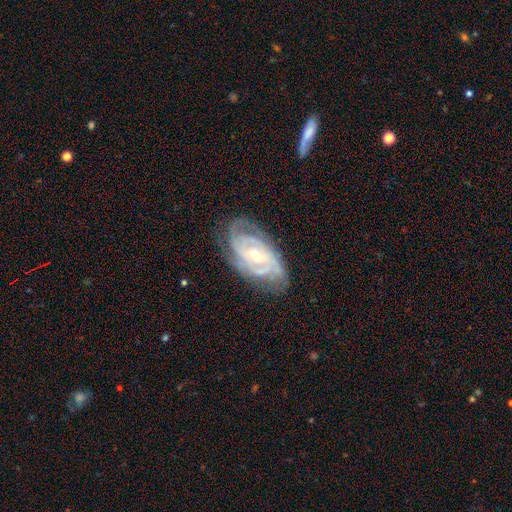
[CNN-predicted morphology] Smooth or featured: featured or disk — 88% (smooth — 7%)
Edge-on disk: no — 95% (yes — 5%)
Bar: weak — 44% (no — 40%)
Spiral arms: yes — 96% (no — 4%)
Spiral winding: tight — 65% (medium — 29%)
Spiral arm count: 3 — 30% (2 — 24%)
Bulge size: moderate — 49% (small — 47%)
Merging: none — 72% (minor disturbance — 20%)